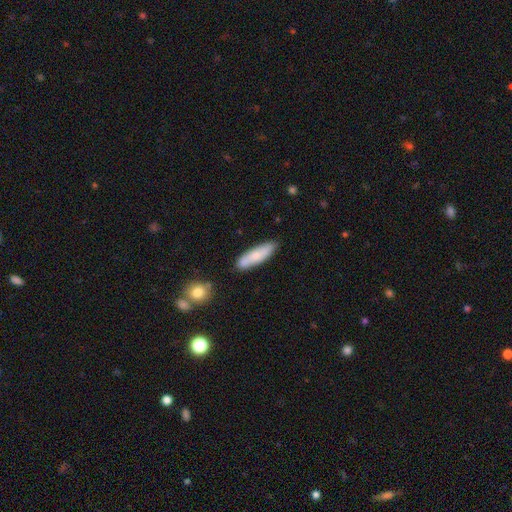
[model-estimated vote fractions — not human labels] Q: Smooth or featured?
A: smooth (73%); runner-up: featured or disk (21%)
Q: How rounded?
A: cigar-shaped (63%); runner-up: in between (35%)
Q: Merging?
A: none (79%); runner-up: minor disturbance (14%)